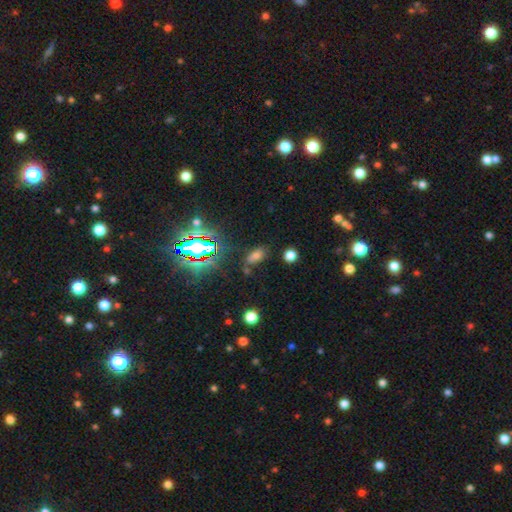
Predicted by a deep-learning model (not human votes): Overall: smooth (61%; star or artifact 28%). How rounded: in between (85%). Merging: none (72%).